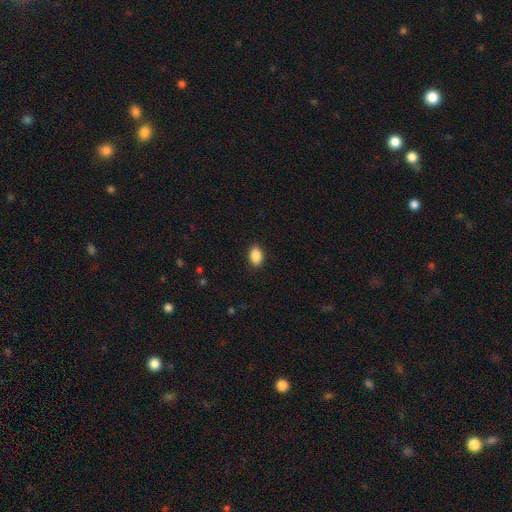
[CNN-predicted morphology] A smooth galaxy with no disk features (89%) that is in between round and cigar-shaped (83%).

Vote fractions:
- Smooth or featured? smooth: 89% / star or artifact: 8% / featured or disk: 4%
- How rounded? in between: 83% / round: 16% / cigar-shaped: 1%
- Merging? none: 90% / minor disturbance: 7% / major disturbance: 2% / merger: 1%